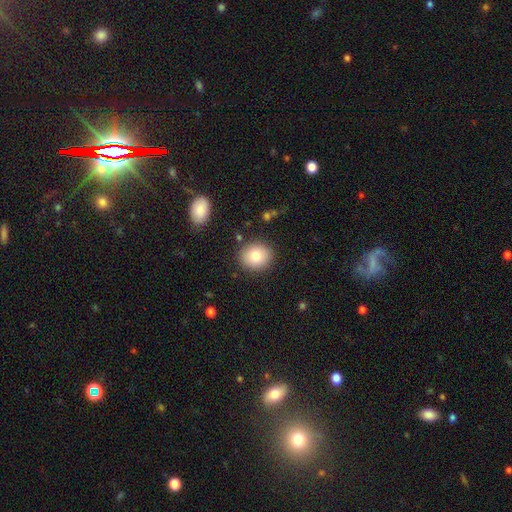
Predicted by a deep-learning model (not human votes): Smooth or featured?
  - smooth: 82% *
  - featured or disk: 9%
  - star or artifact: 9%
How rounded?
  - round: 74% *
  - in between: 25%
  - cigar-shaped: 1%
Merging?
  - none: 87% *
  - minor disturbance: 8%
  - major disturbance: 3%
  - merger: 2%